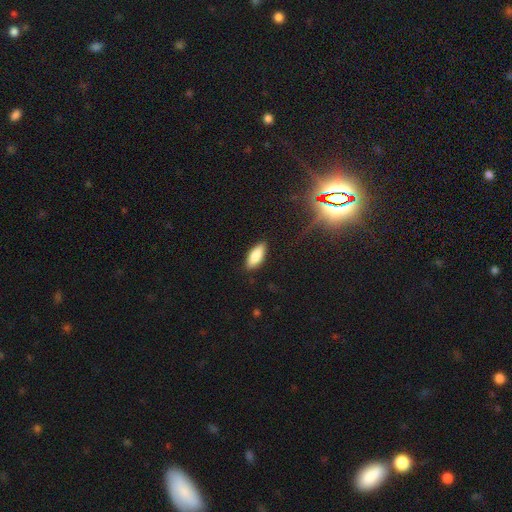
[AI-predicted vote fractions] smooth 82%, featured or disk 11%, star or artifact 7%. Down the decision tree: how rounded — in between (75%); merging — none (87%).